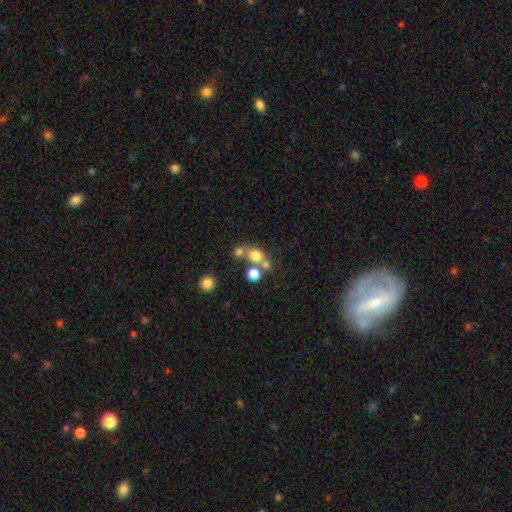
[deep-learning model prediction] smooth-or-featured: smooth: 71% | star or artifact: 15% | featured or disk: 13%
  how-rounded: round: 74% | in between: 25% | cigar-shaped: 1%
  merging: none: 48% | merger: 38% | minor disturbance: 9% | major disturbance: 5%